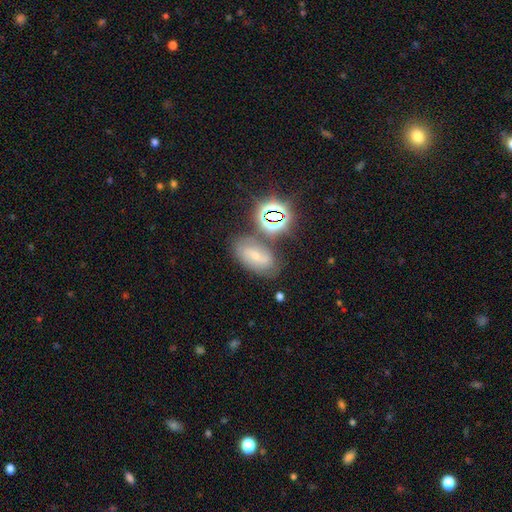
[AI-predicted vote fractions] smooth_or_featured: featured or disk (p=0.42) [alt: smooth p=0.33]
merging: none (p=0.67) [alt: minor disturbance p=0.16]